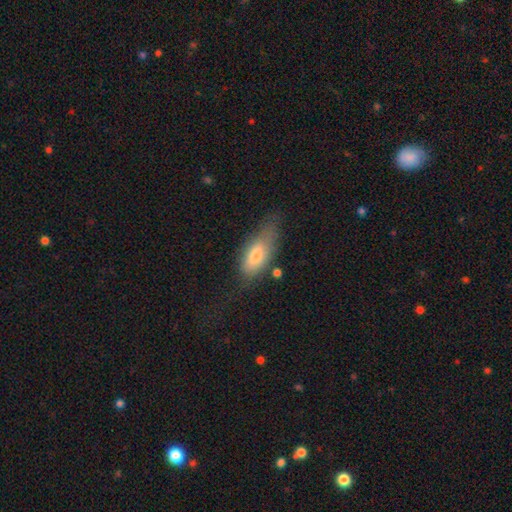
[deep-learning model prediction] Smooth or featured? Predicted: smooth (p=0.71). How rounded? Predicted: in between (p=0.80). Merging? Predicted: none (p=0.46).